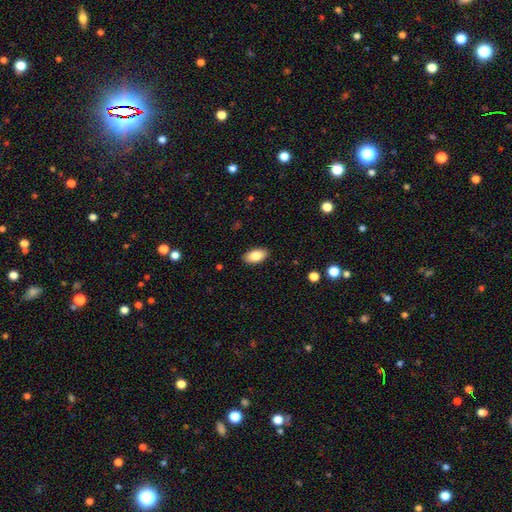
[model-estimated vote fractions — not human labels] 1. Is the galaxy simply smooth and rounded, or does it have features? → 85% smooth, 8% featured or disk, 7% star or artifact.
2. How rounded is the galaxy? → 94% in between, 3% round, 3% cigar-shaped.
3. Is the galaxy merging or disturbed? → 89% none, 8% minor disturbance, 2% major disturbance, 1% merger.